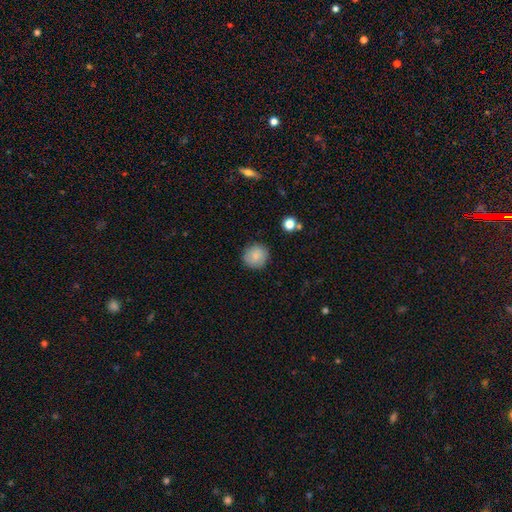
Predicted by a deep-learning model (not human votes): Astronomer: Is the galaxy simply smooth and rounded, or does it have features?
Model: smooth — 85%.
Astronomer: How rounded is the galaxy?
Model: round — 90%.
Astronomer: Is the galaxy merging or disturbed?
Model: none — 88%.